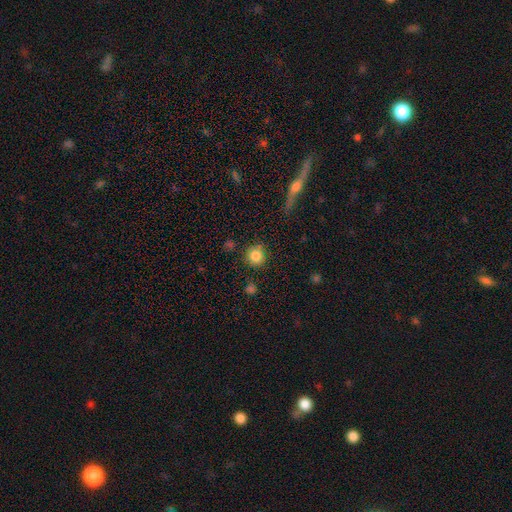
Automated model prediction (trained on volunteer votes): Q: Smooth or featured?
A: smooth (84%); runner-up: star or artifact (10%)
Q: How rounded?
A: round (91%); runner-up: in between (8%)
Q: Merging?
A: none (84%); runner-up: minor disturbance (10%)